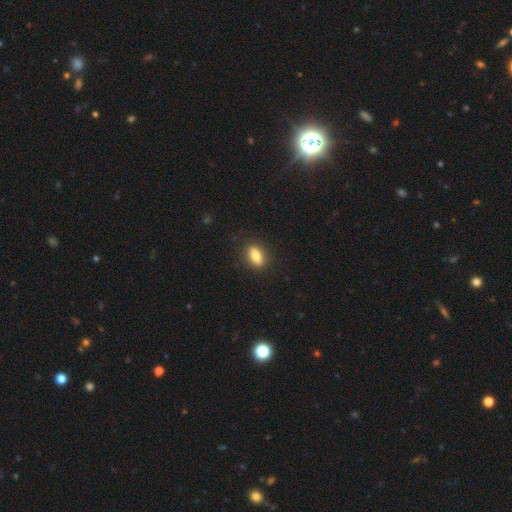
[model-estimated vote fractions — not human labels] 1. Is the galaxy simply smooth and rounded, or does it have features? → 85% smooth, 8% star or artifact, 7% featured or disk.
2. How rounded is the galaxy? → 84% in between, 8% round, 7% cigar-shaped.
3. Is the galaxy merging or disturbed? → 87% none, 10% minor disturbance, 3% major disturbance, 1% merger.